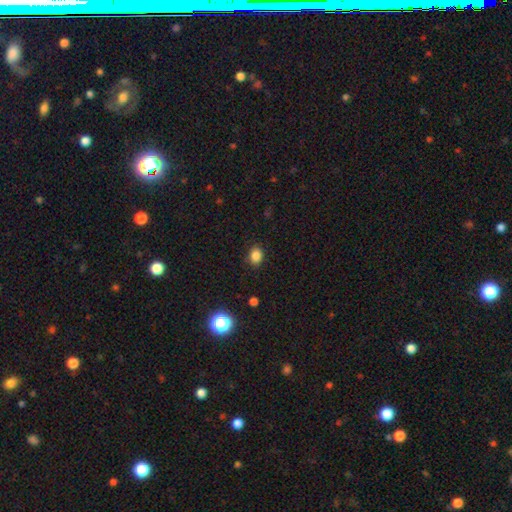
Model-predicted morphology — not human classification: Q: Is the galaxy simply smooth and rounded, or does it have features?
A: smooth — 84%.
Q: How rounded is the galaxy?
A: in between — 57%.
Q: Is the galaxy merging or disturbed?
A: none — 86%.